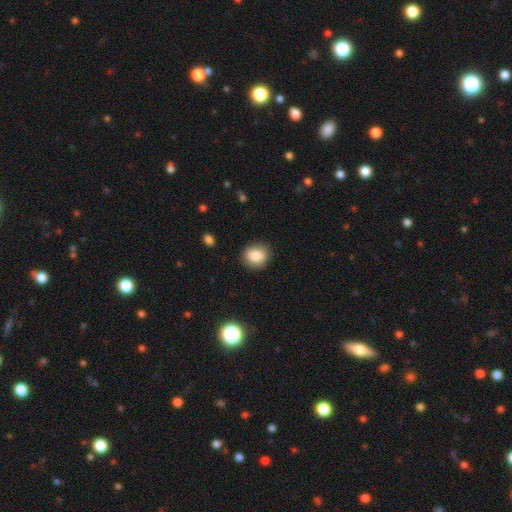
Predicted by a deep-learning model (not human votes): Smooth or featured? smooth (86%)
How rounded? round (64%)
Merging? none (86%)